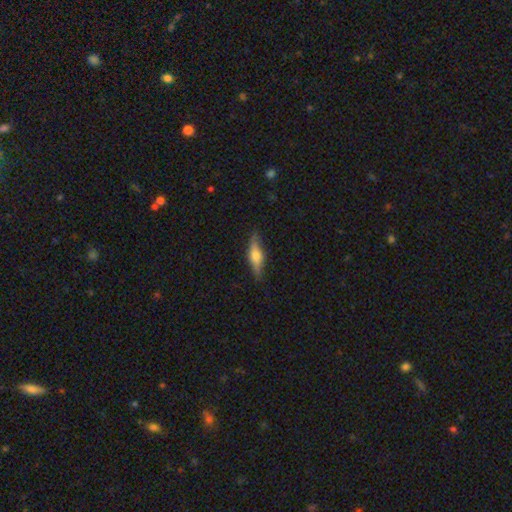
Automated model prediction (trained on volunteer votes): smooth-or-featured: featured or disk: 52% | smooth: 42% | star or artifact: 6%
  disk-edge-on: yes: 93% | no: 7%
  merging: none: 84% | minor disturbance: 12% | major disturbance: 2% | merger: 1%